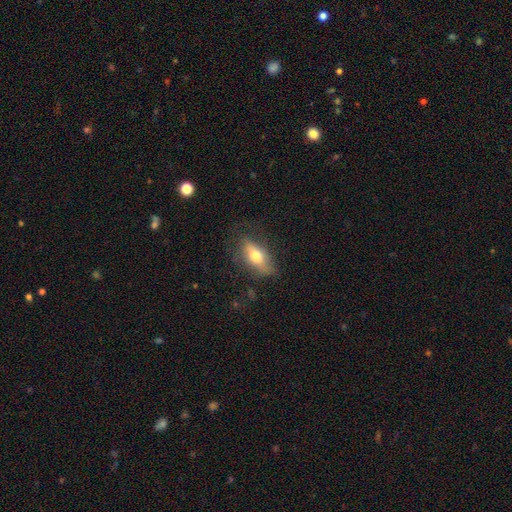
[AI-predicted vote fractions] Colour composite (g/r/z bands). It shows a smooth galaxy with no disk features (63%) that is in between round and cigar-shaped (78%). Merging: none (68%).